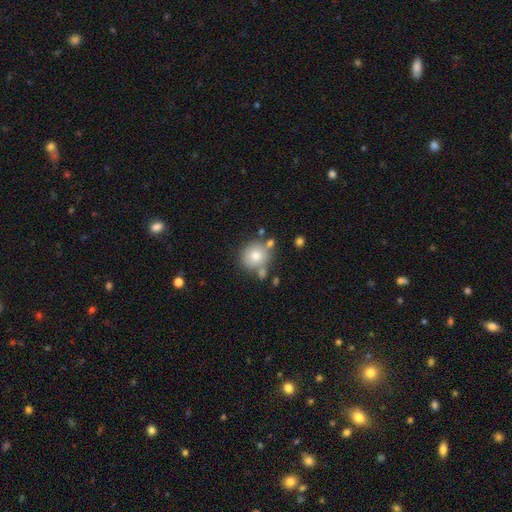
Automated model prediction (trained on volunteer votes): A smooth galaxy with no disk features (74%) that is round (88%). Merging: none (67%).